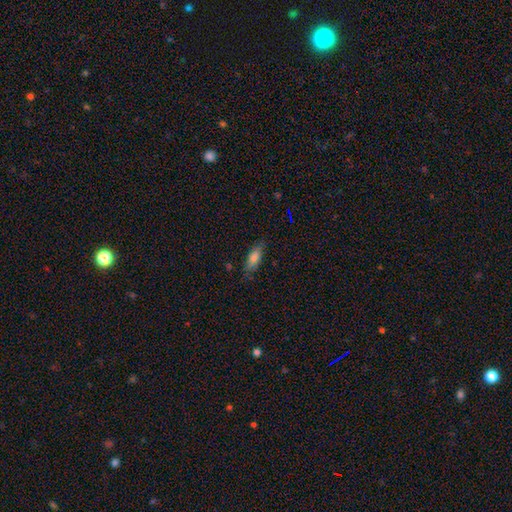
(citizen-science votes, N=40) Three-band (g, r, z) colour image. It shows a smooth galaxy with no disk features (62%) that is in between round and cigar-shaped (60%). Merging: none (69%).